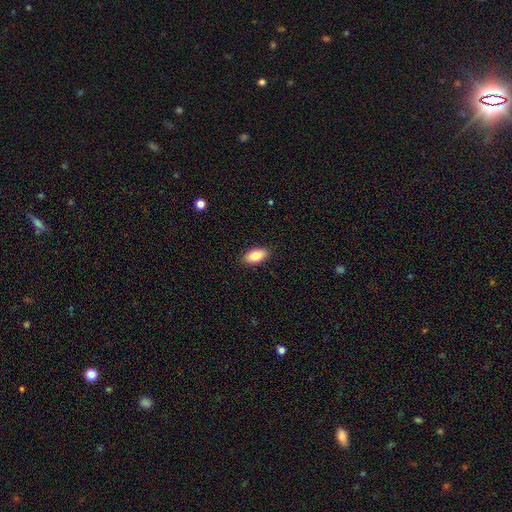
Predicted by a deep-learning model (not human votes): smooth 82%, featured or disk 11%, star or artifact 7%. Down the decision tree: how rounded — in between (92%); merging — none (89%).